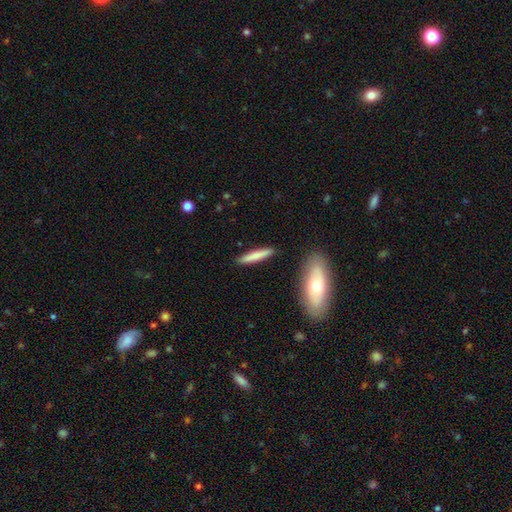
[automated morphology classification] smooth_or_featured: smooth (p=0.74) [alt: featured or disk p=0.20]
how_rounded: cigar-shaped (p=0.90) [alt: in between p=0.08]
merging: none (p=0.89) [alt: minor disturbance p=0.07]